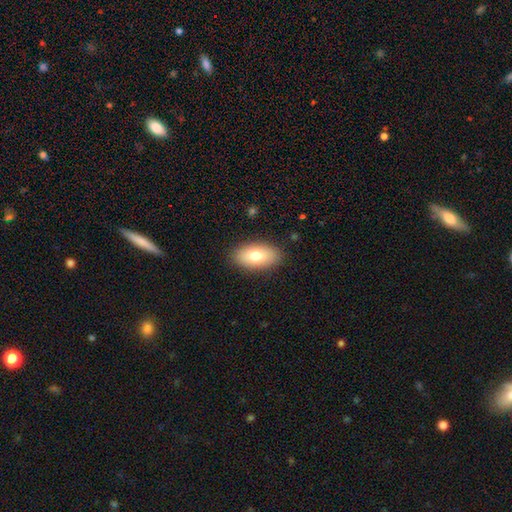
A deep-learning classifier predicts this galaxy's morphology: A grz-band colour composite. It shows a smooth galaxy with no disk features (78%) that is in between round and cigar-shaped (93%). Merging: none (87%).